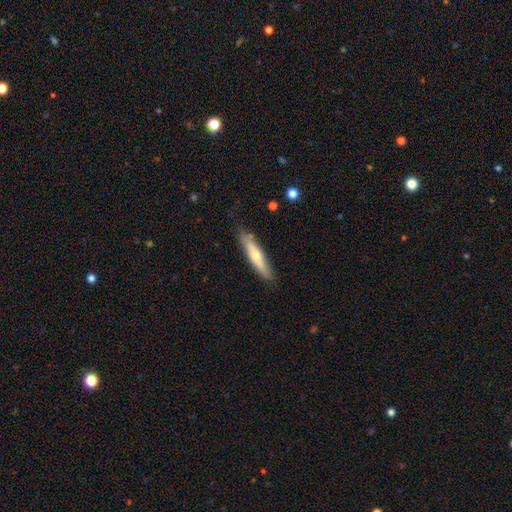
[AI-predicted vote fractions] Smooth or featured: smooth — 52% (featured or disk — 43%)
How rounded: cigar-shaped — 83% (in between — 16%)
Merging: none — 80% (minor disturbance — 15%)